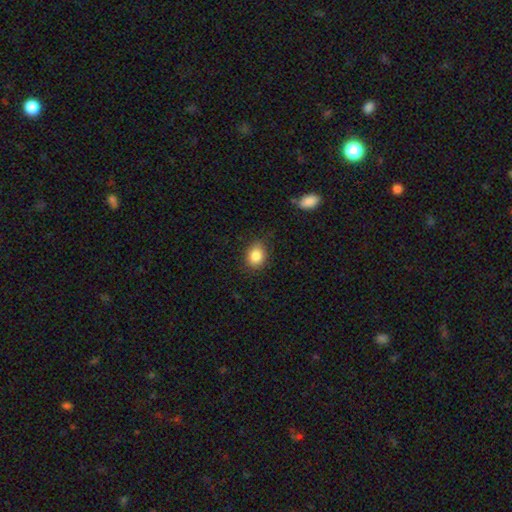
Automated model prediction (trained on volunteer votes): smooth-or-featured: smooth: 84% | star or artifact: 9% | featured or disk: 7%
  how-rounded: in between: 58% | round: 41% | cigar-shaped: 1%
  merging: none: 81% | minor disturbance: 15% | major disturbance: 3% | merger: 1%